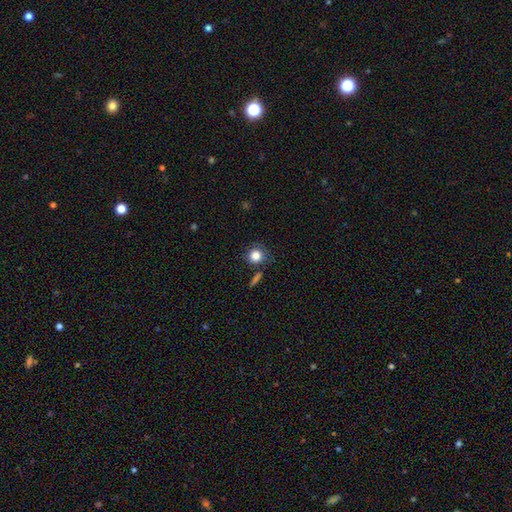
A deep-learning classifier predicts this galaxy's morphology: Smooth or featured? smooth (81%)
How rounded? round (85%)
Merging? none (70%)